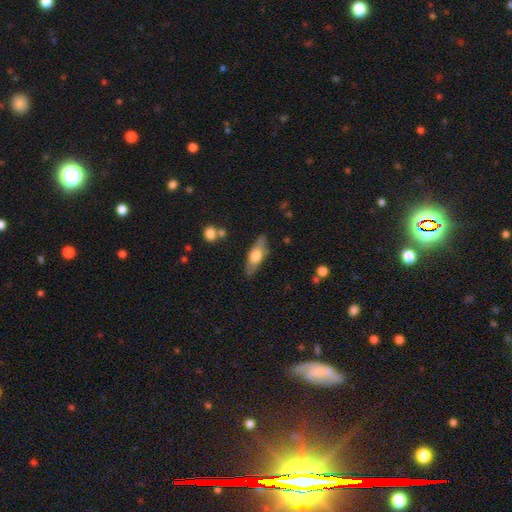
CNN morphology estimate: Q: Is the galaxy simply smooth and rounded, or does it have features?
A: smooth — 58%.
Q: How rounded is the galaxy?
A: in between — 59%.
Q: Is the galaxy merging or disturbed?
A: none — 82%.